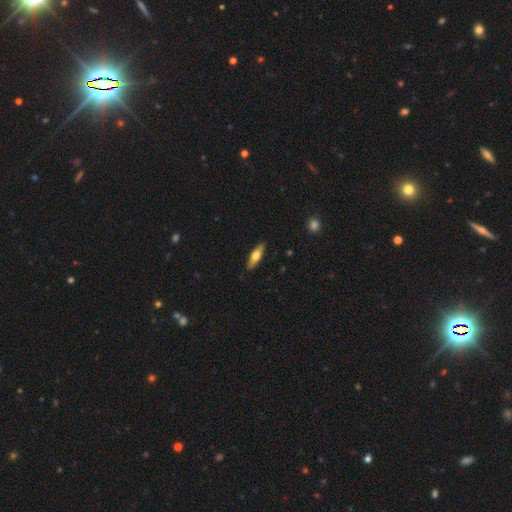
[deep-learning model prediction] This is possibly a smooth galaxy (59%). How rounded: possibly cigar-shaped (53%). Merging: clearly none (89%).